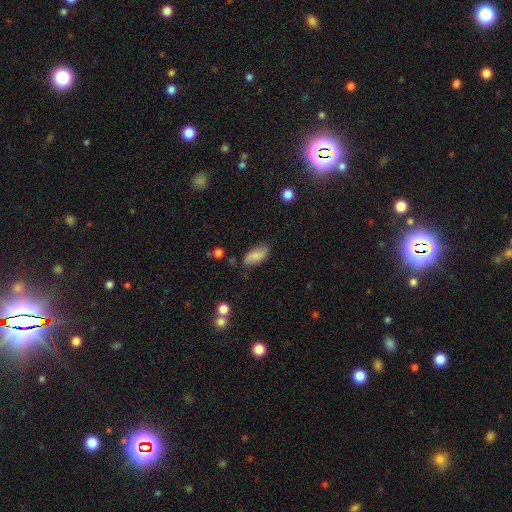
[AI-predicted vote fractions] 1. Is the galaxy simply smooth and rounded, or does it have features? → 79% smooth, 14% featured or disk, 8% star or artifact.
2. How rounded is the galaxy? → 90% in between, 7% cigar-shaped, 3% round.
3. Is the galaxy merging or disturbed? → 68% none, 24% minor disturbance, 5% major disturbance, 2% merger.